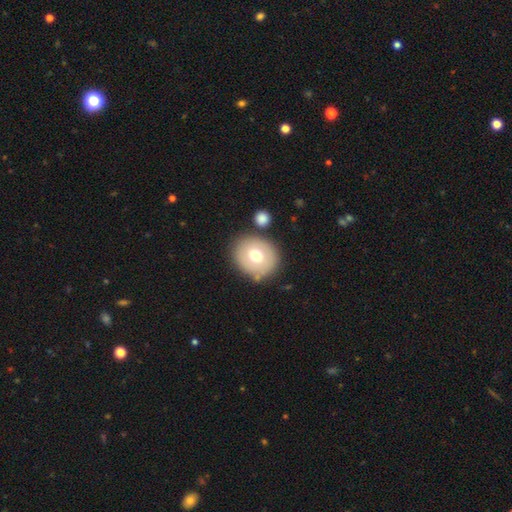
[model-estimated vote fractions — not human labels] Smooth or featured?
  - smooth: 66% *
  - featured or disk: 26%
  - star or artifact: 8%
How rounded?
  - round: 71% *
  - in between: 28%
  - cigar-shaped: 1%
Merging?
  - none: 77% *
  - minor disturbance: 12%
  - merger: 8%
  - major disturbance: 4%